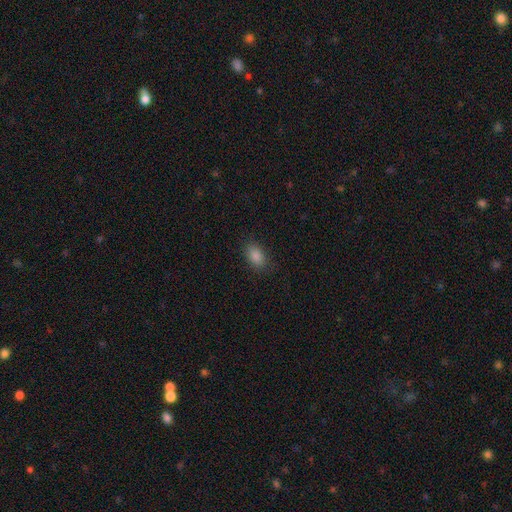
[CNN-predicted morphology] Smooth or featured?
  - smooth: 85% *
  - star or artifact: 11%
  - featured or disk: 5%
How rounded?
  - in between: 87% *
  - round: 11%
  - cigar-shaped: 2%
Merging?
  - none: 85% *
  - minor disturbance: 11%
  - major disturbance: 3%
  - merger: 1%